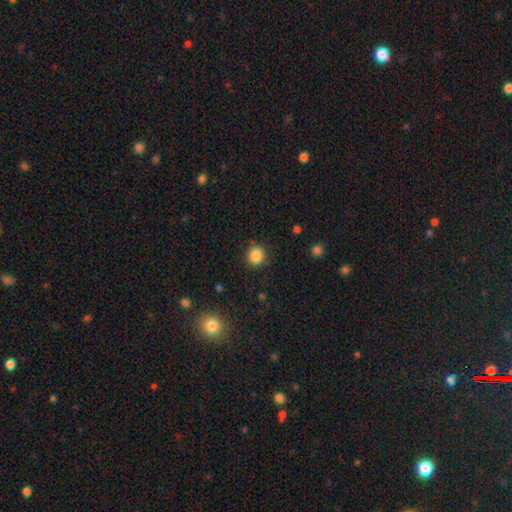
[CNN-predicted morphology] smooth_or_featured: smooth (p=0.86) [alt: star or artifact p=0.10]
how_rounded: round (p=0.88) [alt: in between p=0.11]
merging: none (p=0.85) [alt: minor disturbance p=0.10]